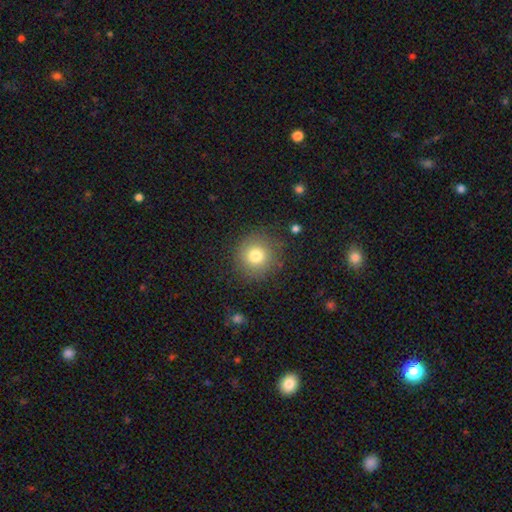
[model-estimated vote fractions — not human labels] Morphology: type=smooth (77%); roundness=round (93%); merging=none (84%).